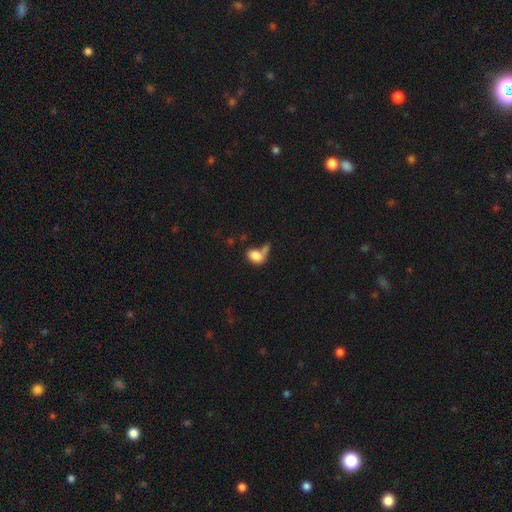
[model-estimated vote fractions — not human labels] smooth-or-featured: smooth: 80% | featured or disk: 11% | star or artifact: 9%
  how-rounded: in between: 78% | round: 20% | cigar-shaped: 2%
  merging: merger: 39% | none: 29% | minor disturbance: 17% | major disturbance: 16%